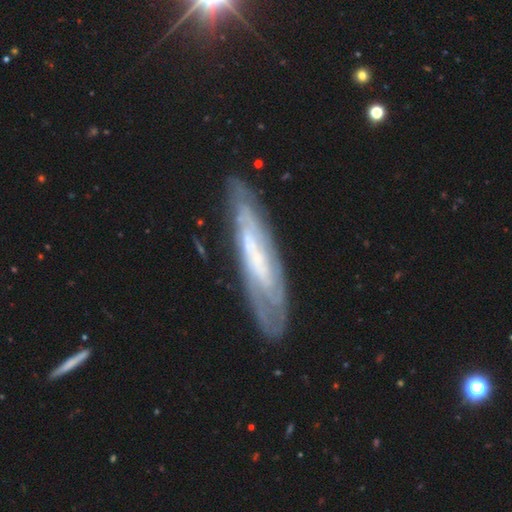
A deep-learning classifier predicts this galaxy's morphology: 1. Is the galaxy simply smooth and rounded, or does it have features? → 71% featured or disk, 22% smooth, 7% star or artifact.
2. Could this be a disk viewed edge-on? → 55% no, 45% yes.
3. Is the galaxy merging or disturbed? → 78% none, 16% minor disturbance, 5% major disturbance, 2% merger.